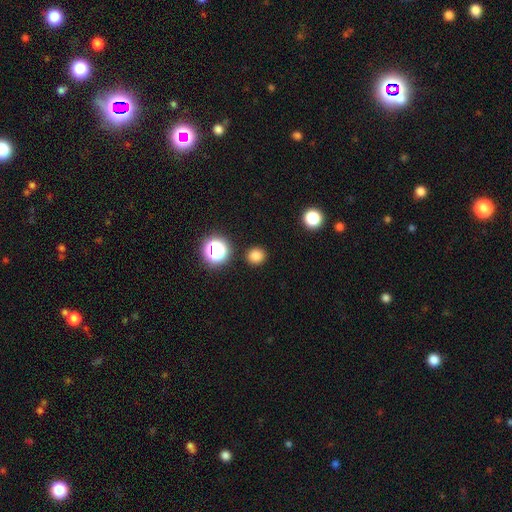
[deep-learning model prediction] This appears to be a smooth galaxy with no disk features (78%) that is round (87%). Merging: none (90%).